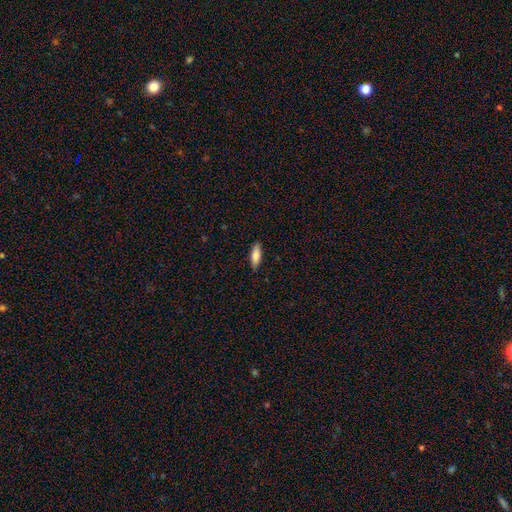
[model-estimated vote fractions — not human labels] A smooth galaxy with no disk features (82%) that is in between round and cigar-shaped (59%). Merging: none (87%).